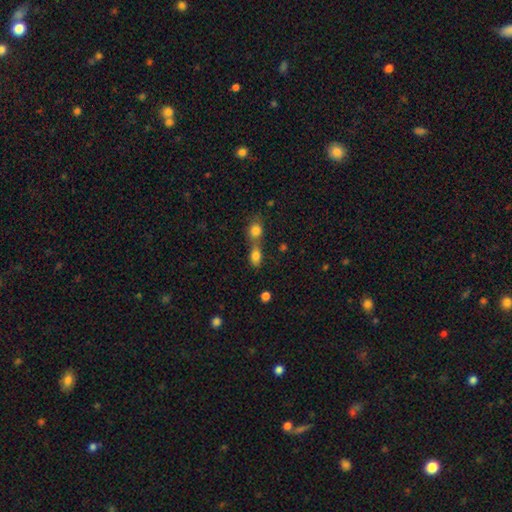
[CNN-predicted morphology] This is clearly a smooth galaxy (81%). How rounded: likely in between (75%). Merging: possibly merger (58%).